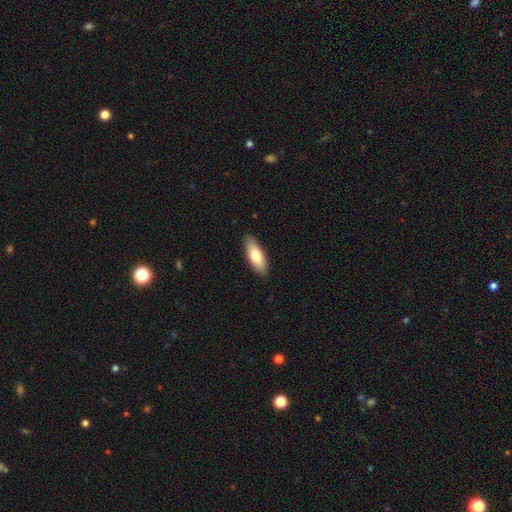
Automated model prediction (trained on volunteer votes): A smooth galaxy with no disk features (76%) that is in between round and cigar-shaped (65%). Merging: none (89%).